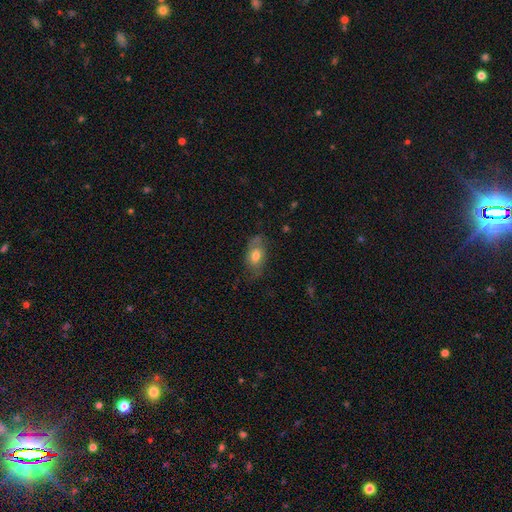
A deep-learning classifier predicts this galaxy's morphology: smooth 64%, featured or disk 28%, star or artifact 8%. Down the decision tree: how rounded — in between (87%); merging — none (63%).